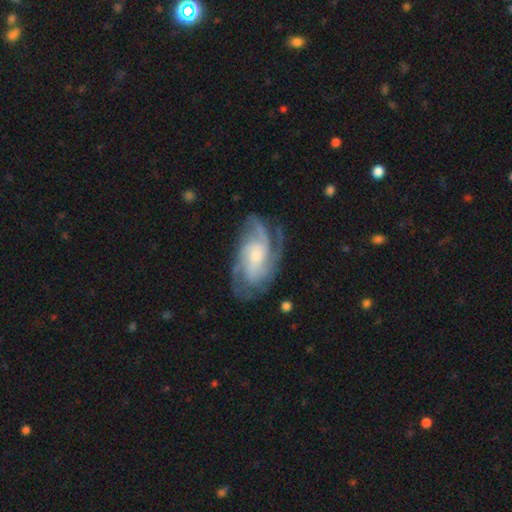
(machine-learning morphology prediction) Smooth or featured? featured or disk (86%)
Edge-on disk? no (96%)
Bar? no (59%)
Spiral arms? yes (97%)
Spiral winding? tight (44%, tied with medium)
Spiral arm count? 3 (37%)
Bulge size? moderate (42%)
Merging? none (70%)